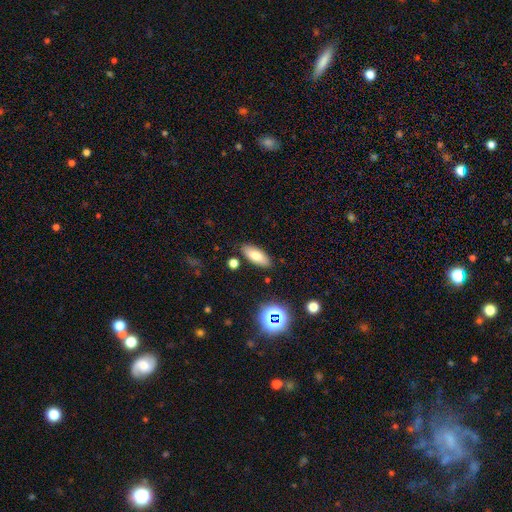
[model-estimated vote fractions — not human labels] Q: Smooth or featured?
A: smooth (74%); runner-up: featured or disk (15%)
Q: How rounded?
A: in between (78%); runner-up: cigar-shaped (19%)
Q: Merging?
A: none (85%); runner-up: minor disturbance (10%)